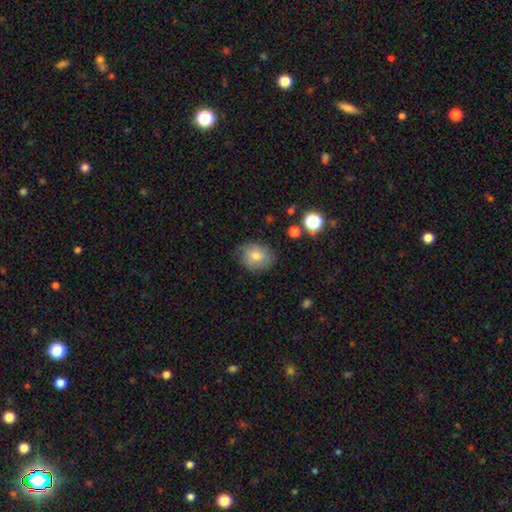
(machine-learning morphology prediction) smooth_or_featured: smooth (p=0.73) [alt: featured or disk p=0.17]
how_rounded: round (p=0.53) [alt: in between p=0.46]
merging: none (p=0.78) [alt: minor disturbance p=0.17]